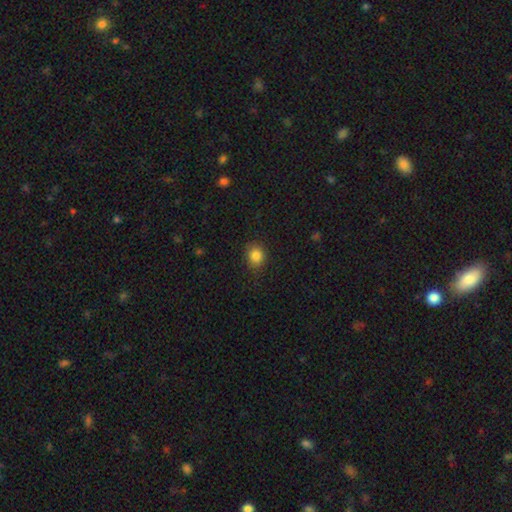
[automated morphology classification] smooth-or-featured: smooth: 85% | star or artifact: 10% | featured or disk: 5%
  how-rounded: round: 68% | in between: 31% | cigar-shaped: 1%
  merging: none: 82% | minor disturbance: 14% | major disturbance: 3% | merger: 1%